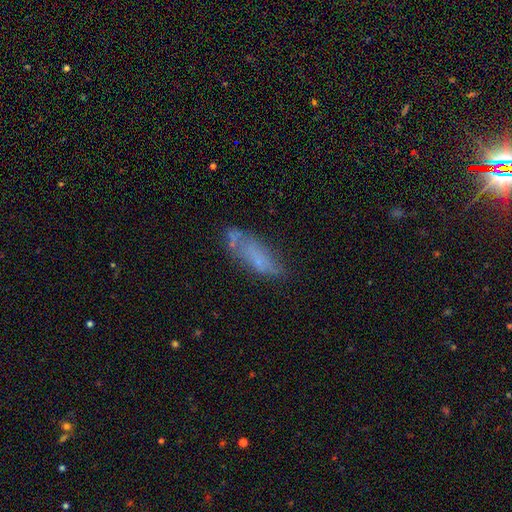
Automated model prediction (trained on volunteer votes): A smooth galaxy with no disk features (56%) that is in between round and cigar-shaped (58%). Merging: none (49%).